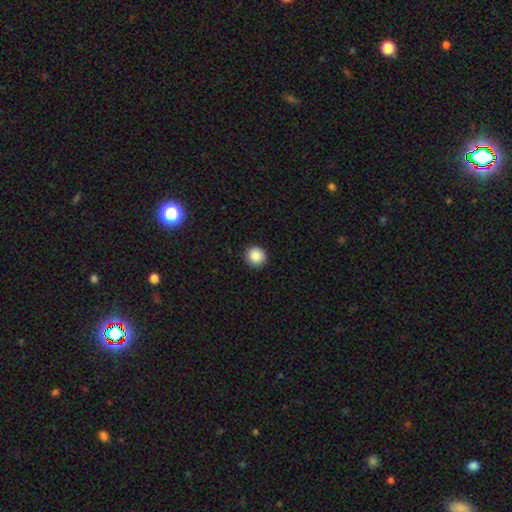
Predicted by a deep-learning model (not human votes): This is clearly a smooth galaxy (87%). How rounded: clearly round (94%). Merging: clearly none (92%).